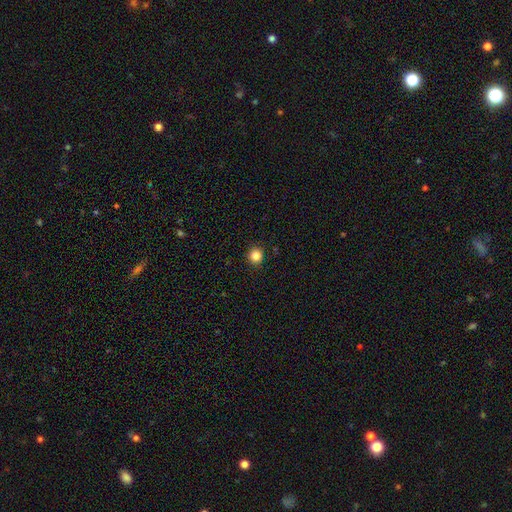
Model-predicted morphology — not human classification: Q: Smooth or featured?
A: smooth (84%); runner-up: star or artifact (11%)
Q: How rounded?
A: round (92%); runner-up: in between (7%)
Q: Merging?
A: none (92%); runner-up: minor disturbance (5%)